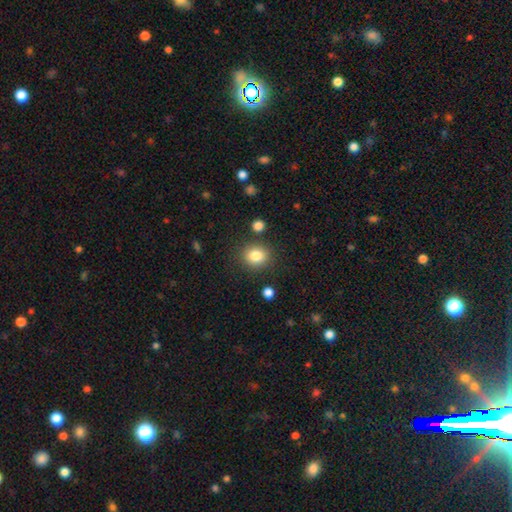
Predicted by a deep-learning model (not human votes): smooth_or_featured: smooth (p=0.83) [alt: star or artifact p=0.10]
how_rounded: round (p=0.74) [alt: in between p=0.25]
merging: none (p=0.84) [alt: minor disturbance p=0.09]